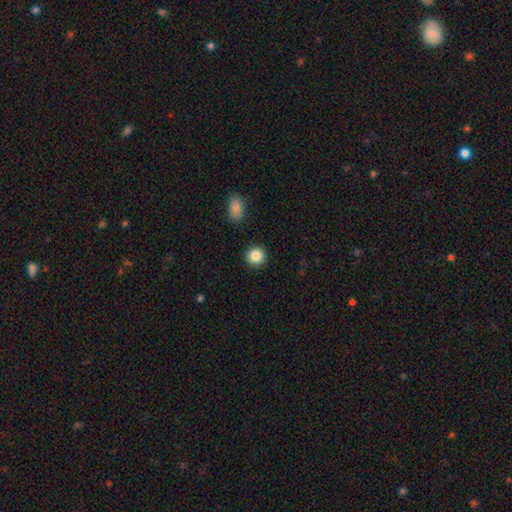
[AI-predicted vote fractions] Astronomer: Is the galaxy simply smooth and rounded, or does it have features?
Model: smooth — 87%.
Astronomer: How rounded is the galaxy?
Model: round — 93%.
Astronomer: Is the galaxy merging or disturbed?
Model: none — 91%.